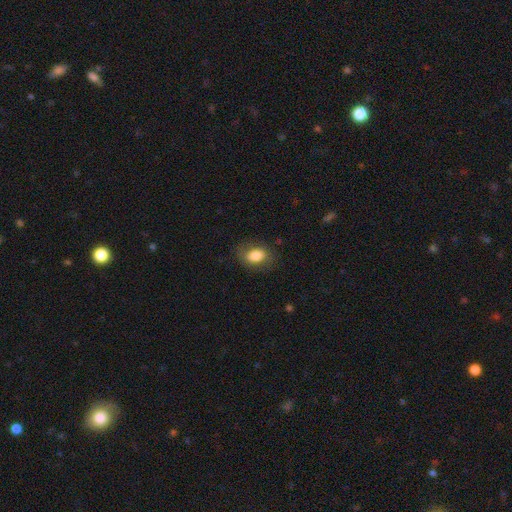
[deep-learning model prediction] Overall: smooth (80%). How rounded: in between (81%). Merging: none (77%).